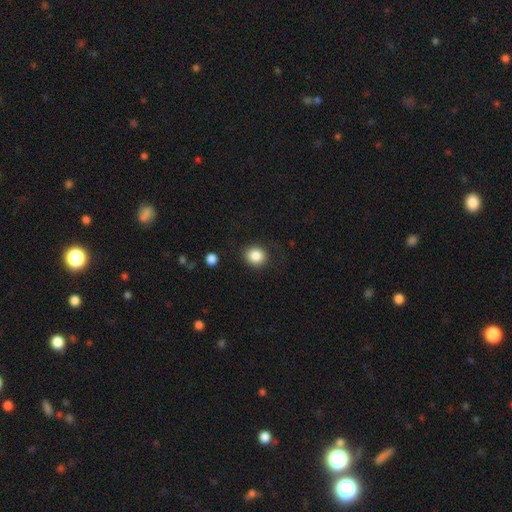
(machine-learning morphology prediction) Smooth or featured? Predicted: smooth (p=0.86). How rounded? Predicted: round (p=0.82). Merging? Predicted: none (p=0.85).